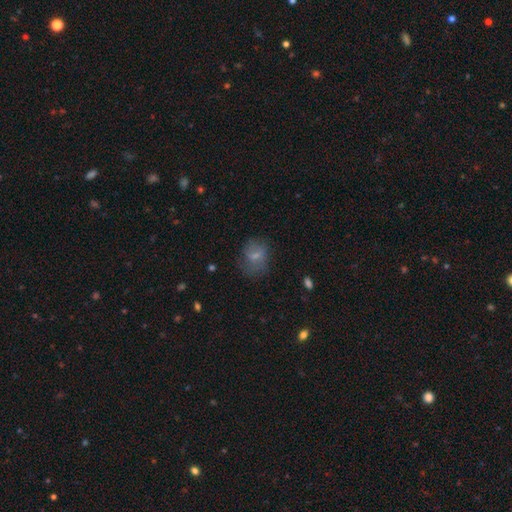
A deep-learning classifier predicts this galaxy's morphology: A smooth galaxy with no disk features (61%) that is in between round and cigar-shaped (50%). Merging: none (56%).